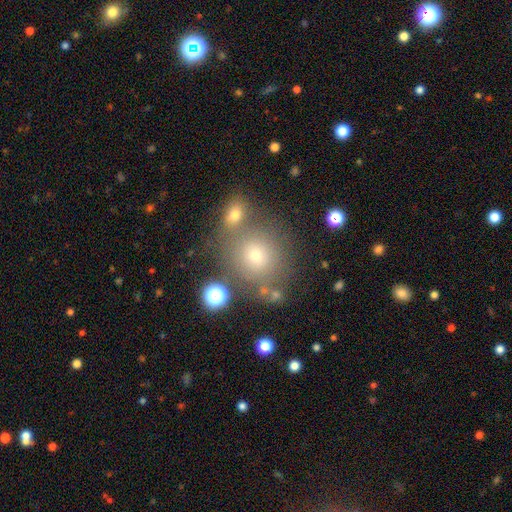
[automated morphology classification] This is likely a smooth galaxy (65%). How rounded: clearly round (85%). Merging: likely none (63%).